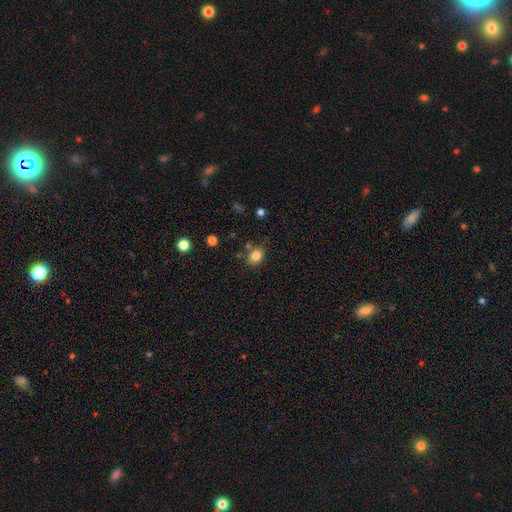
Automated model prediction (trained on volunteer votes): smooth-or-featured: smooth: 83% | star or artifact: 11% | featured or disk: 6%
  how-rounded: round: 52% | in between: 47% | cigar-shaped: 1%
  merging: none: 72% | minor disturbance: 16% | merger: 7% | major disturbance: 4%